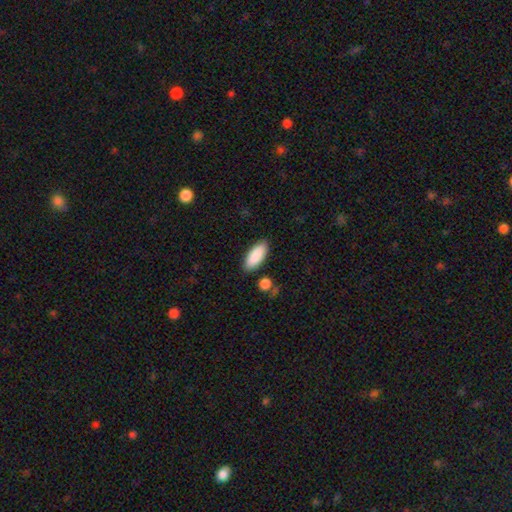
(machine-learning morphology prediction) Smooth or featured? Predicted: smooth (p=0.89). How rounded? Predicted: in between (p=0.80). Merging? Predicted: none (p=0.85).